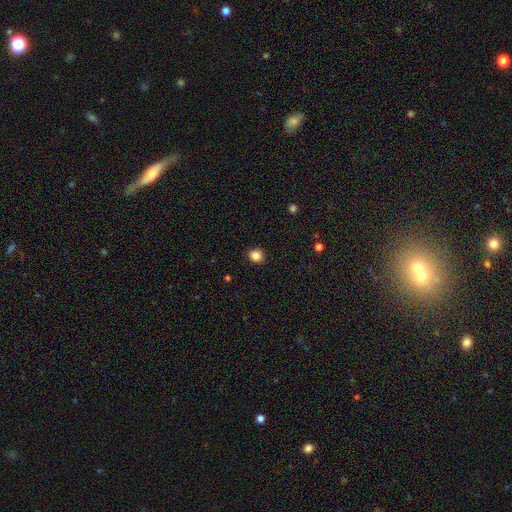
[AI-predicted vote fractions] A smooth galaxy with no disk features (85%) that is round (86%). Merging: none (91%).